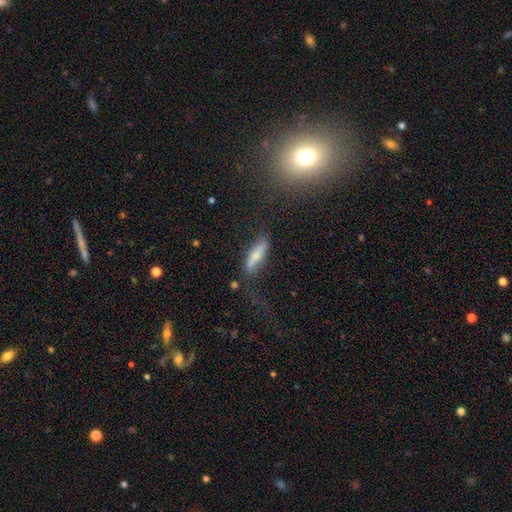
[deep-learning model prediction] Smooth or featured: smooth — 56% (featured or disk — 36%)
How rounded: cigar-shaped — 73% (in between — 25%)
Merging: none — 58% (minor disturbance — 23%)